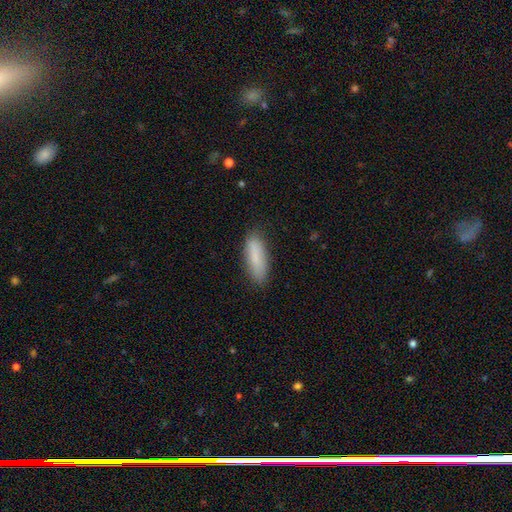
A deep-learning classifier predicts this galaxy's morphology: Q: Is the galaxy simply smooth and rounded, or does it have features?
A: smooth — 84%.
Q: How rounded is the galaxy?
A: in between — 53%.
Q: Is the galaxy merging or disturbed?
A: none — 82%.